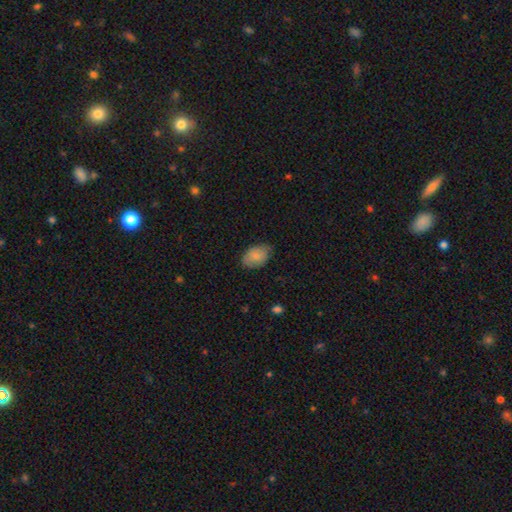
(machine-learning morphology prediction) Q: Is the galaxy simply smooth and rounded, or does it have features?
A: smooth — 84%.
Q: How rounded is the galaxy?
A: in between — 86%.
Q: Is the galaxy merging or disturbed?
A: none — 75%.